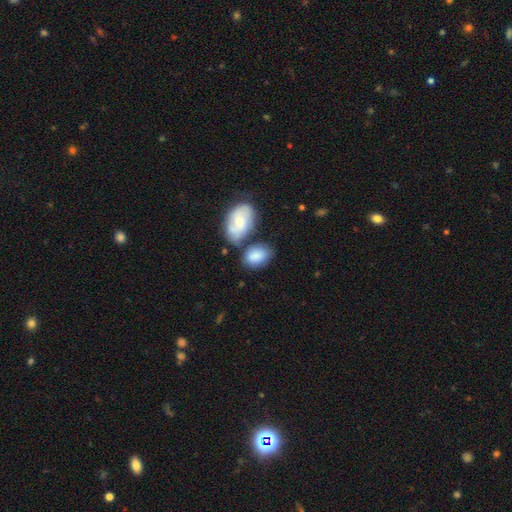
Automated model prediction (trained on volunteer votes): smooth 80%, featured or disk 14%, star or artifact 6%. Down the decision tree: how rounded — in between (86%); merging — none (46%).